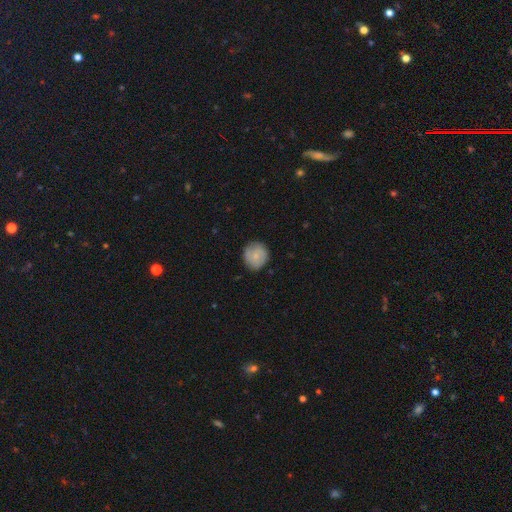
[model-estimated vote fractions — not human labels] Q: Smooth or featured?
A: smooth (58%); runner-up: featured or disk (35%)
Q: How rounded?
A: round (89%); runner-up: in between (10%)
Q: Merging?
A: none (83%); runner-up: minor disturbance (13%)